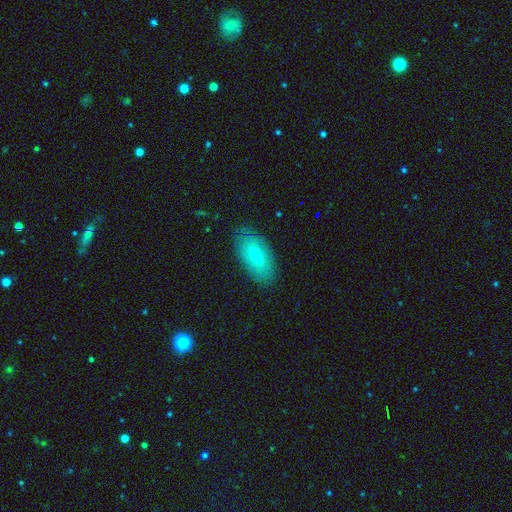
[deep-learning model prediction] smooth 63%, featured or disk 30%, star or artifact 7%. Down the decision tree: how rounded — in between (89%); merging — none (83%).